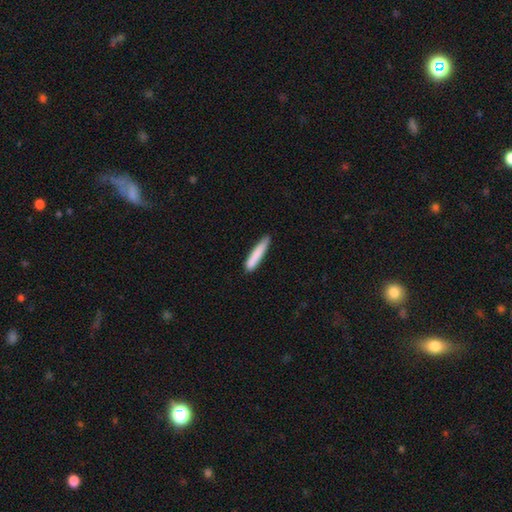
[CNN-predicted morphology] The model was most divided on "merging": none: 80%, minor disturbance: 16%, major disturbance: 2%, merger: 2%. More confident: how rounded — cigar-shaped (92%); smooth or featured — smooth (83%).